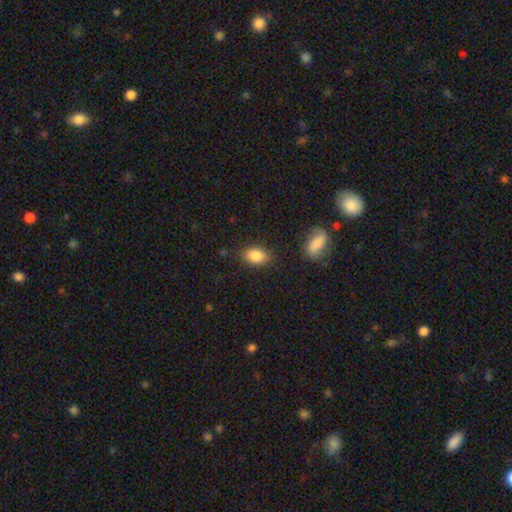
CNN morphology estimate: A smooth galaxy with no disk features (86%) that is in between round and cigar-shaped (85%). Merging: none (82%).